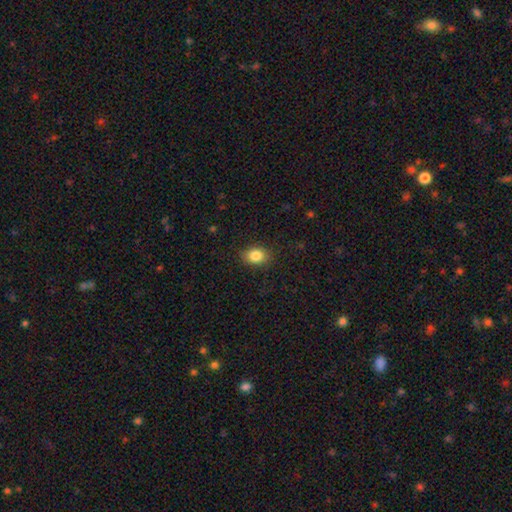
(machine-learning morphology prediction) Smooth or featured? smooth (85%)
How rounded? in between (61%)
Merging? none (87%)